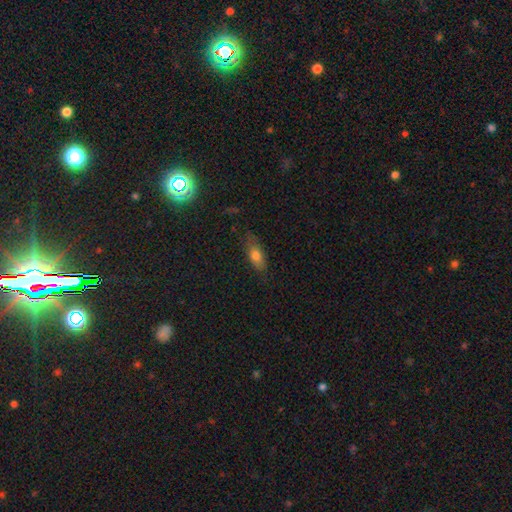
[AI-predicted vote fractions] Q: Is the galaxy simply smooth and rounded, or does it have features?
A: smooth — 74%.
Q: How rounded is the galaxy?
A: in between — 80%.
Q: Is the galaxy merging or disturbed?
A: none — 70%.